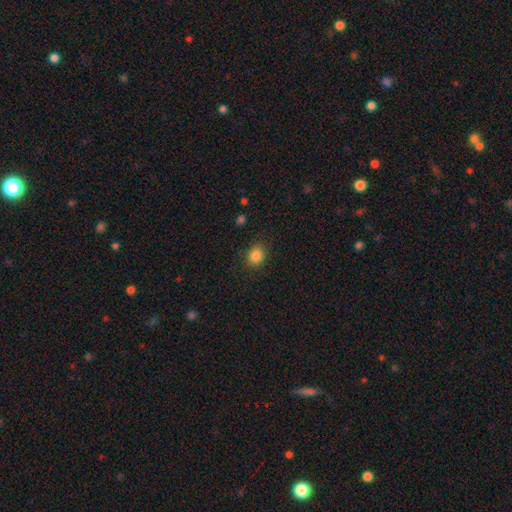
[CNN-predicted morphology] Q: Smooth or featured?
A: smooth (85%); runner-up: star or artifact (10%)
Q: How rounded?
A: round (55%); runner-up: in between (44%)
Q: Merging?
A: none (83%); runner-up: minor disturbance (12%)